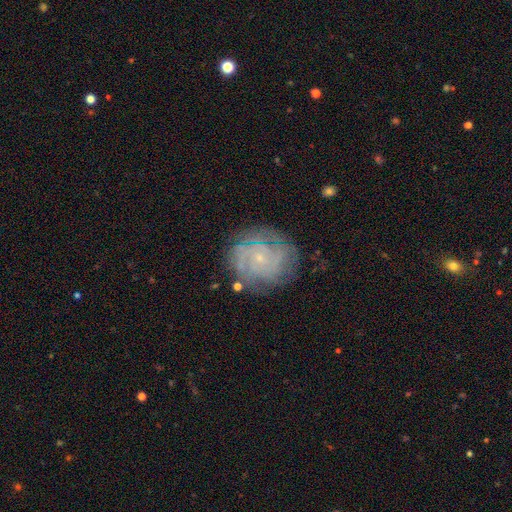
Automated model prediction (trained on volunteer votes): Smooth or featured: featured or disk — 65% (smooth — 19%)
Edge-on disk: no — 97% (yes — 3%)
Bar: no — 77% (weak — 19%)
Spiral arms: yes — 88% (no — 12%)
Spiral winding: tight — 68% (medium — 25%)
Spiral arm count: can't tell — 45% (2 — 14%)
Bulge size: small — 82% (moderate — 13%)
Merging: none — 80% (minor disturbance — 13%)